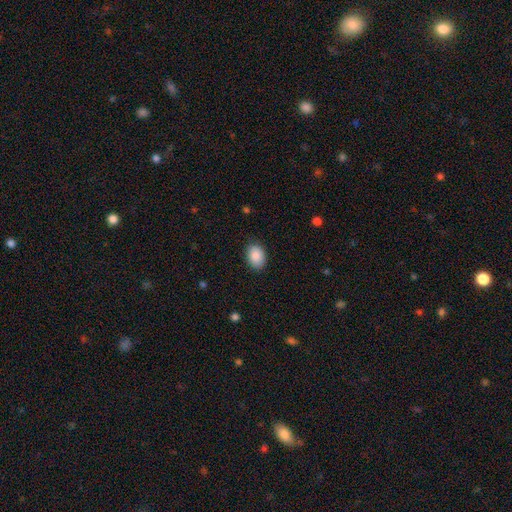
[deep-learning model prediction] Morphology: type=smooth (89%); roundness=in between (78%); merging=none (86%).